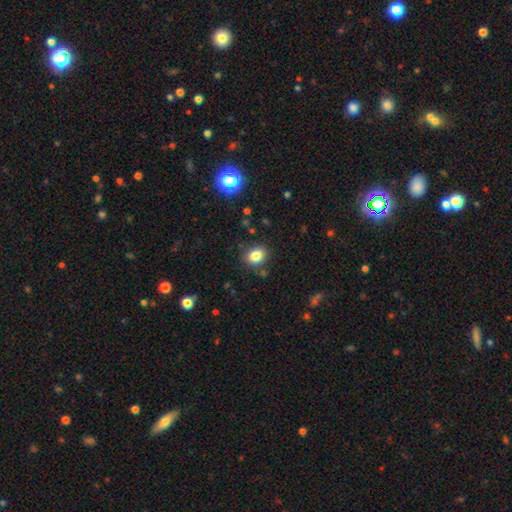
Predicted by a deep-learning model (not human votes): Smooth or featured?
  - smooth: 83% *
  - star or artifact: 11%
  - featured or disk: 6%
How rounded?
  - round: 61% *
  - in between: 38%
  - cigar-shaped: 1%
Merging?
  - none: 83% *
  - minor disturbance: 10%
  - major disturbance: 3%
  - merger: 3%